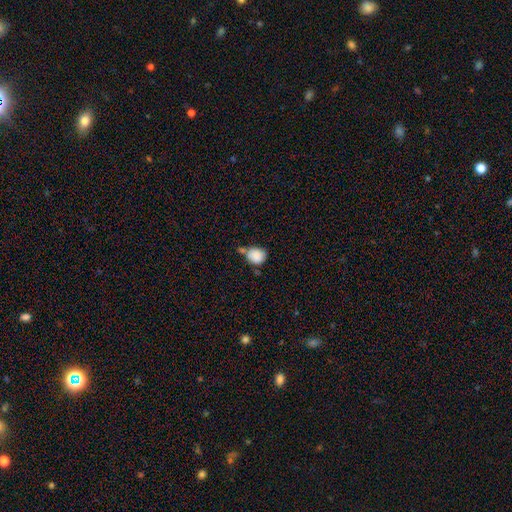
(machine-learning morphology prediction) A smooth galaxy with no disk features (87%) that is round (72%).

Vote fractions:
- Smooth or featured? smooth: 87% / star or artifact: 8% / featured or disk: 5%
- How rounded? round: 72% / in between: 27% / cigar-shaped: 1%
- Merging? none: 47% / minor disturbance: 23% / merger: 23% / major disturbance: 7%